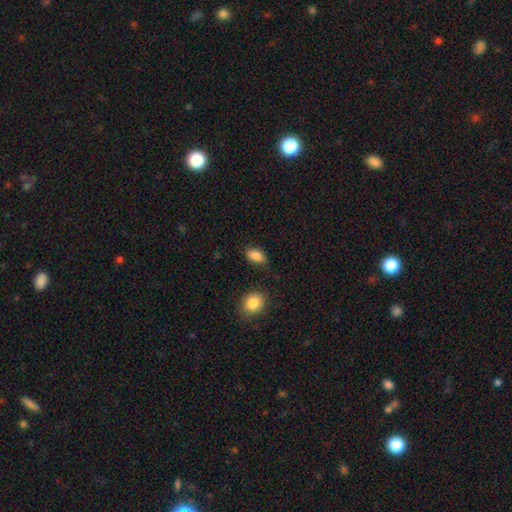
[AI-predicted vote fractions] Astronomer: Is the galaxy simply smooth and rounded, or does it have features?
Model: smooth — 86%.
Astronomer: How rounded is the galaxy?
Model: in between — 89%.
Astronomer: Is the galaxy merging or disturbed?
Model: none — 82%.